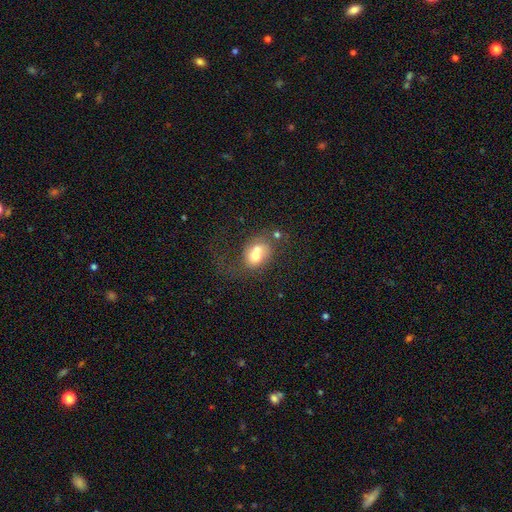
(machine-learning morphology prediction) Overall: smooth (56%; featured or disk 34%). How rounded: in between (54%; round 45%). Merging: merger (55%; none 23%).